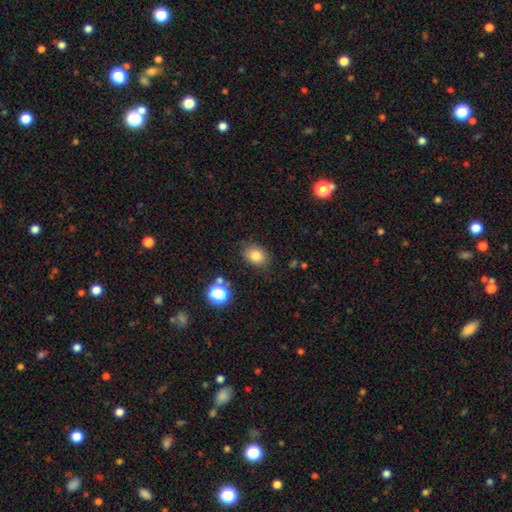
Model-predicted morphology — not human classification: Smooth or featured?
  - smooth: 81% *
  - star or artifact: 12%
  - featured or disk: 7%
How rounded?
  - in between: 66% *
  - round: 33%
  - cigar-shaped: 1%
Merging?
  - none: 79% *
  - minor disturbance: 14%
  - major disturbance: 4%
  - merger: 2%